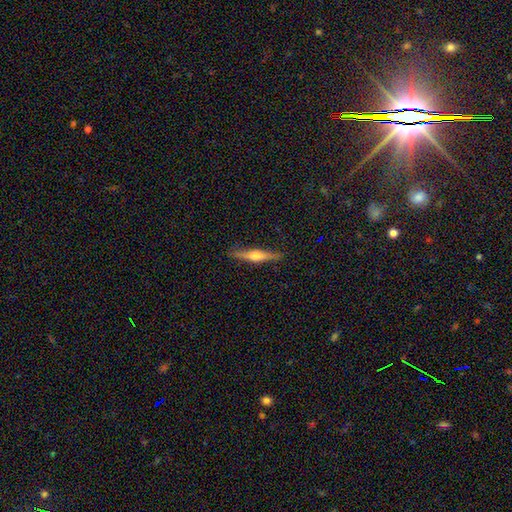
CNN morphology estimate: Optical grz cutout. It shows a featured or disk galaxy (66%) viewed edge-on (97%) with a rounded central bulge (88%). Merging: none (87%).